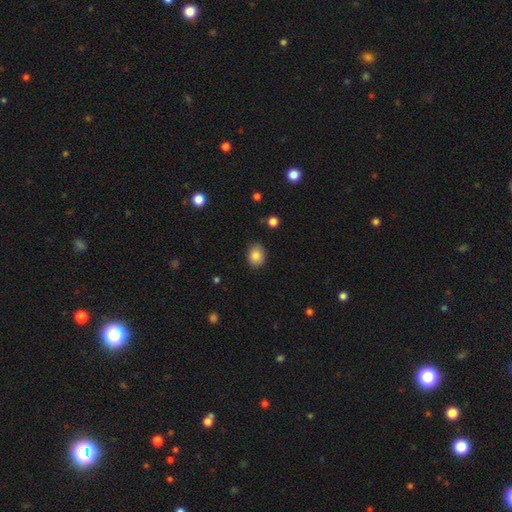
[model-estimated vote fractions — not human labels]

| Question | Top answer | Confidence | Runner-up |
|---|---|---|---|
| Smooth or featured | smooth | 84% | star or artifact (9%) |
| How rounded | round | 51% | in between (48%) |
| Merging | none | 85% | minor disturbance (12%) |